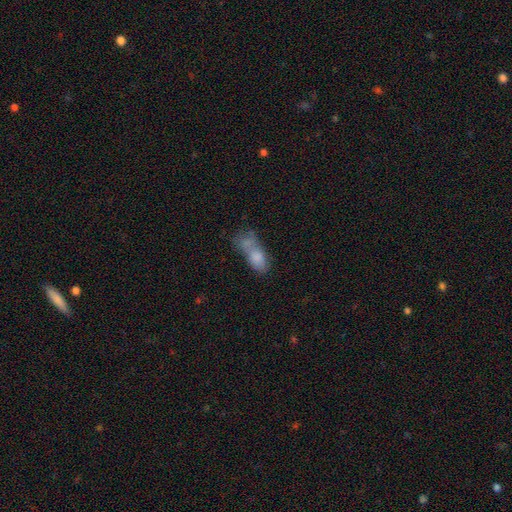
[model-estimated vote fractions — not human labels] A smooth galaxy with no disk features (71%) that is in between round and cigar-shaped (79%). Merging: merger (56%).